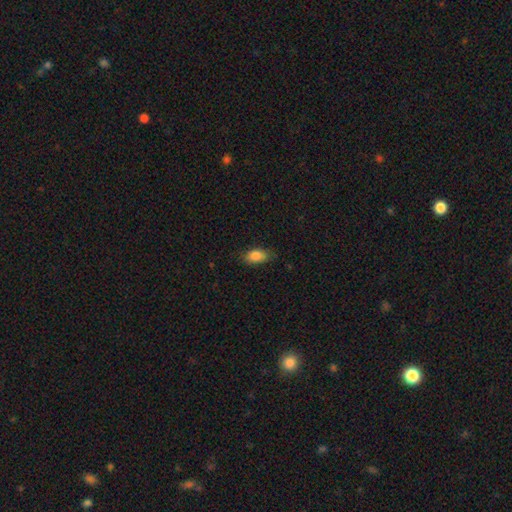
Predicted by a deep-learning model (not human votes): smooth-or-featured: smooth: 85% | star or artifact: 8% | featured or disk: 7%
  how-rounded: in between: 89% | round: 7% | cigar-shaped: 4%
  merging: none: 79% | minor disturbance: 17% | major disturbance: 3% | merger: 1%